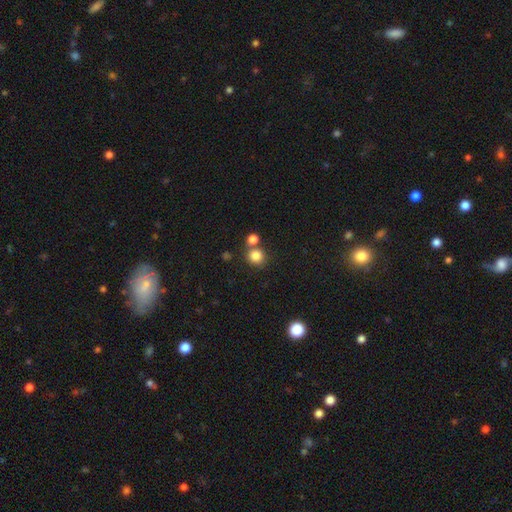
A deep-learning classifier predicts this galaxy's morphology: smooth 82%, star or artifact 12%, featured or disk 6%. Down the decision tree: how rounded — round (88%); merging — none (63%).